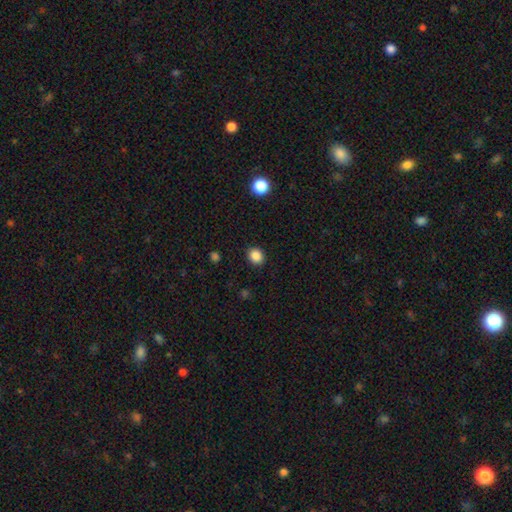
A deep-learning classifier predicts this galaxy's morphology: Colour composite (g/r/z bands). It shows a smooth galaxy with no disk features (87%) that is round (65%). Merging: none (90%).